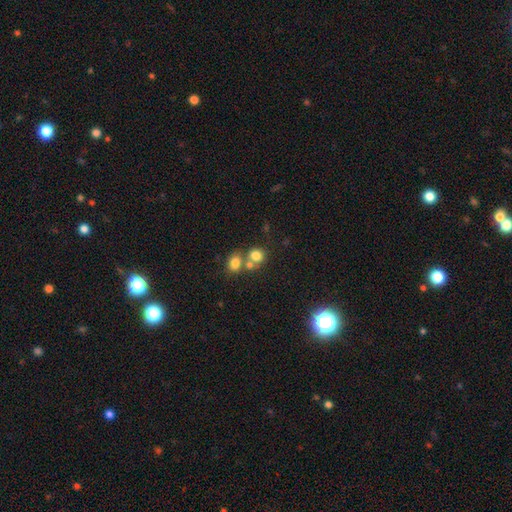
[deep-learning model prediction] Q: Smooth or featured?
A: smooth (76%); runner-up: star or artifact (13%)
Q: How rounded?
A: round (72%); runner-up: in between (27%)
Q: Merging?
A: merger (46%); runner-up: none (42%)